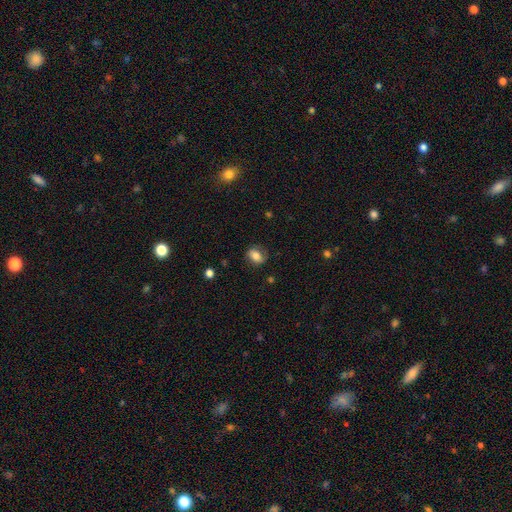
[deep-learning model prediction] smooth-or-featured: smooth: 77% | featured or disk: 13% | star or artifact: 9%
  how-rounded: in between: 63% | round: 36% | cigar-shaped: 1%
  merging: none: 78% | minor disturbance: 16% | major disturbance: 5% | merger: 1%